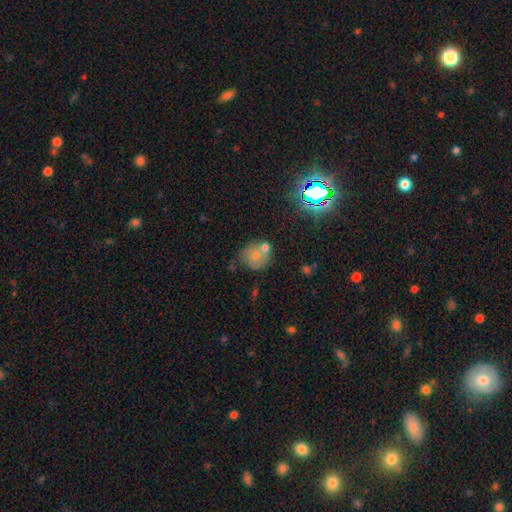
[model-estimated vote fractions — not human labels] This is possibly a smooth galaxy (57%). How rounded: likely round (75%). Merging: marginally none (38%).